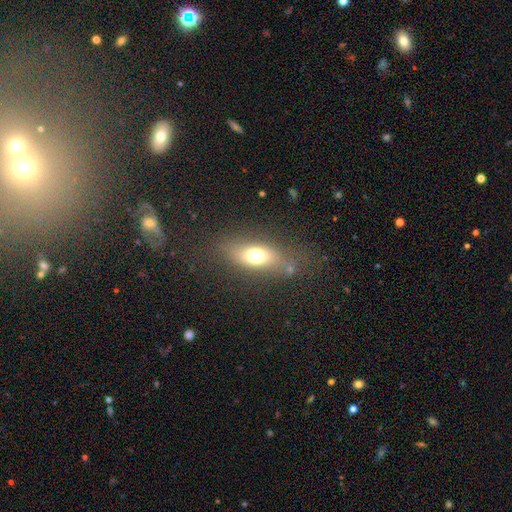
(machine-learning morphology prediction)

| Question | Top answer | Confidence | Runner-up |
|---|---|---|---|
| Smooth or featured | smooth | 66% | featured or disk (23%) |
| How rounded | in between | 71% | cigar-shaped (20%) |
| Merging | none | 71% | minor disturbance (17%) |